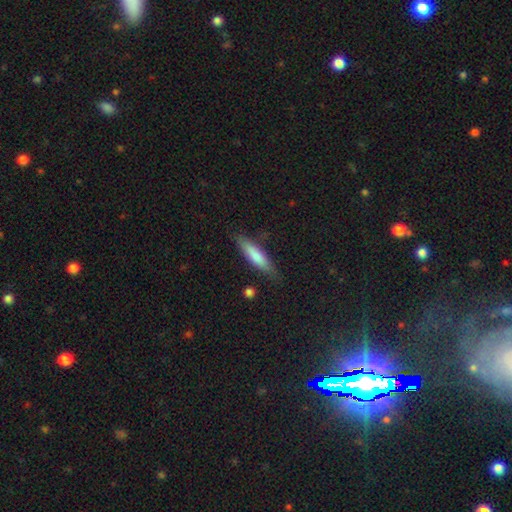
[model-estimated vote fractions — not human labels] smooth-or-featured: smooth: 75% | featured or disk: 19% | star or artifact: 6%
  how-rounded: cigar-shaped: 70% | in between: 28% | round: 2%
  merging: none: 78% | minor disturbance: 16% | major disturbance: 4% | merger: 2%